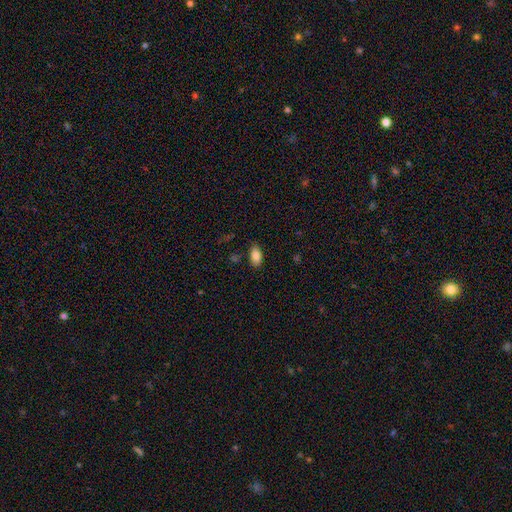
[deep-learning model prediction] This appears to be a smooth galaxy with no disk features (85%) that is in between round and cigar-shaped (92%). Merging: none (83%).